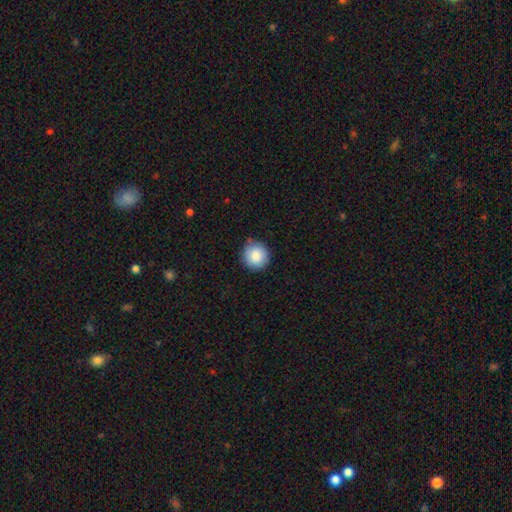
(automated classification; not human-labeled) Smooth or featured? smooth (86%)
How rounded? round (93%)
Merging? none (84%)